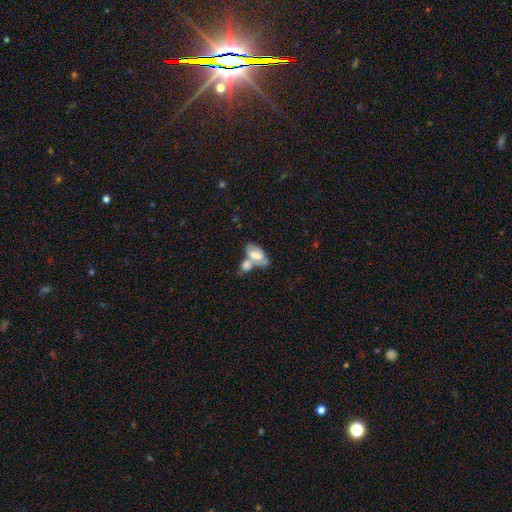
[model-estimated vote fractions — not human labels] Overall: smooth (62%; featured or disk 31%). How rounded: in between (91%). Merging: merger (65%).